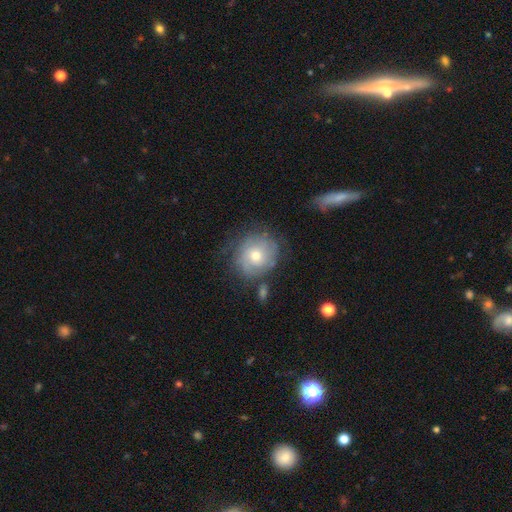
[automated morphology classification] Overall: featured or disk (49%; smooth 43%). Merging: none (68%).